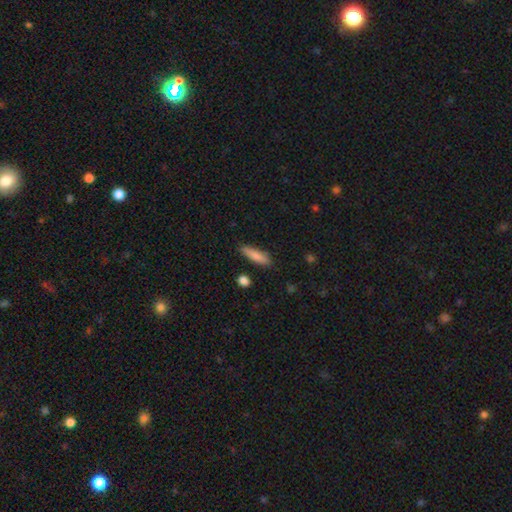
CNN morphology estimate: A smooth galaxy with no disk features (82%) that is cigar-shaped (72%).

Vote fractions:
- Smooth or featured? smooth: 82% / featured or disk: 11% / star or artifact: 7%
- How rounded? cigar-shaped: 72% / in between: 26% / round: 2%
- Merging? none: 84% / minor disturbance: 11% / merger: 2% / major disturbance: 2%